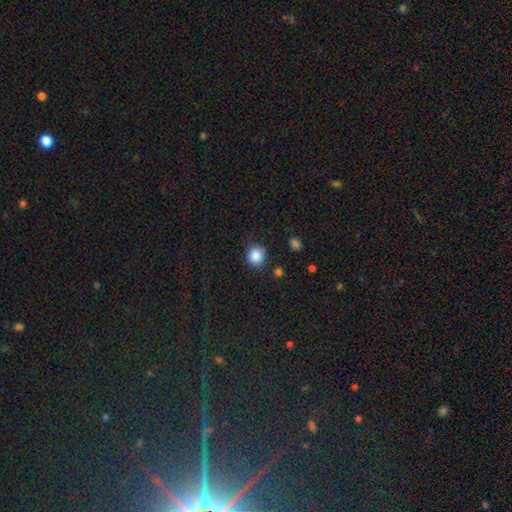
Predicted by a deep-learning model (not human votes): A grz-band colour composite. It shows a smooth galaxy with no disk features (85%) that is round (91%). Merging: none (85%).